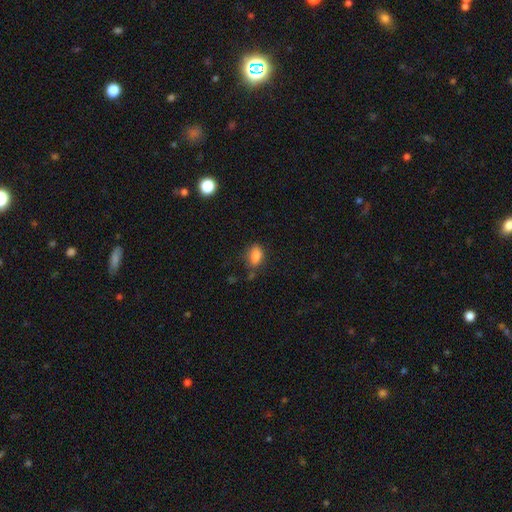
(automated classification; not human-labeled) smooth-or-featured: smooth: 84% | star or artifact: 9% | featured or disk: 6%
  how-rounded: in between: 83% | round: 14% | cigar-shaped: 3%
  merging: none: 66% | minor disturbance: 23% | major disturbance: 6% | merger: 5%